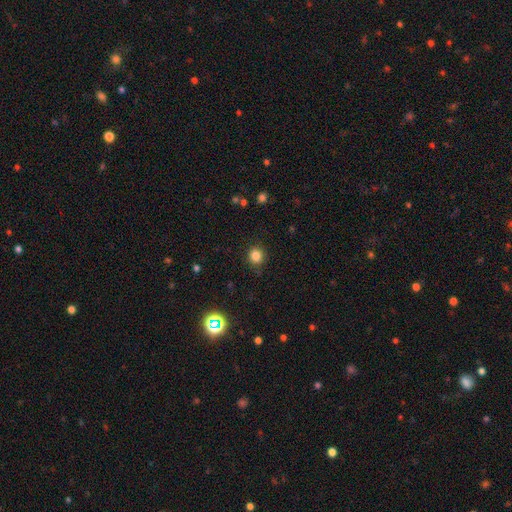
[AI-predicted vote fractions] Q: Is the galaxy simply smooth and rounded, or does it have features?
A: smooth — 83%.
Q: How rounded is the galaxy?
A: round — 86%.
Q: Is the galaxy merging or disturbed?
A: none — 87%.